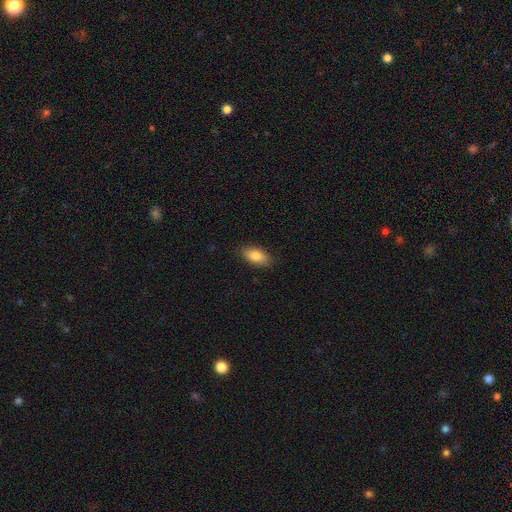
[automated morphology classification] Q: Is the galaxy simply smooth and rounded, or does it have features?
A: smooth — 84%.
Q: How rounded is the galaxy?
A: in between — 89%.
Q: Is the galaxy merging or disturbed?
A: none — 86%.